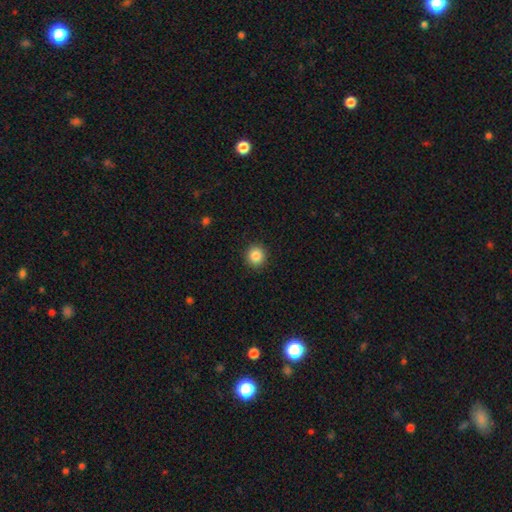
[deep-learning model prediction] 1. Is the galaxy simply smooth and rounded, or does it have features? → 86% smooth, 10% star or artifact, 4% featured or disk.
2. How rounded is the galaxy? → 92% round, 7% in between, 1% cigar-shaped.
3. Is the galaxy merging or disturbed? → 92% none, 5% minor disturbance, 2% major disturbance, 1% merger.